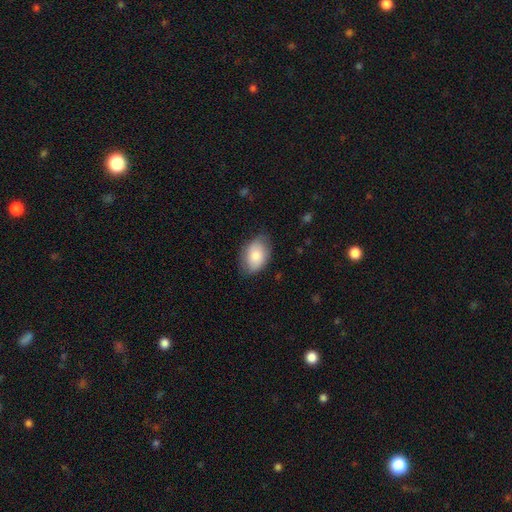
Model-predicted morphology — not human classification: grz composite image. It shows a smooth galaxy with no disk features (81%) that is in between round and cigar-shaped (86%). Merging: none (75%).